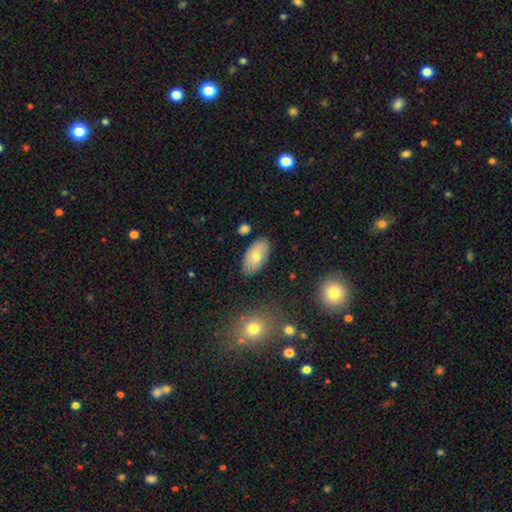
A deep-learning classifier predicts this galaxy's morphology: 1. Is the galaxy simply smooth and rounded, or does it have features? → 61% smooth, 31% featured or disk, 9% star or artifact.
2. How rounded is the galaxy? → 94% in between, 4% round, 2% cigar-shaped.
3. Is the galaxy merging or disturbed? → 77% none, 17% minor disturbance, 4% major disturbance, 3% merger.